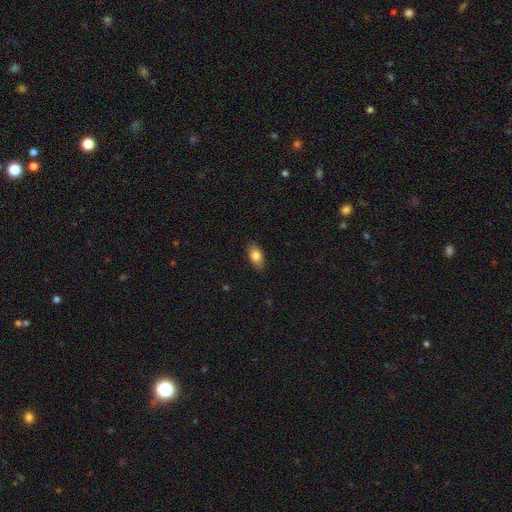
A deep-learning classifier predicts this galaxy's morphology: This is clearly a smooth galaxy (83%). How rounded: clearly in between (90%). Merging: clearly none (86%).